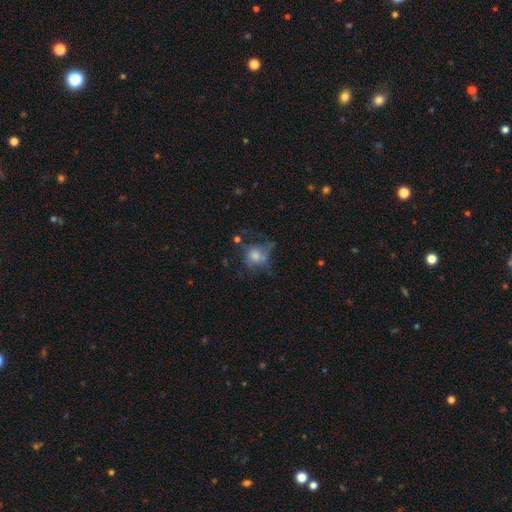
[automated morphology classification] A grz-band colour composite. It shows a smooth galaxy with no disk features (51%) that is round (72%). Merging: none (40%).